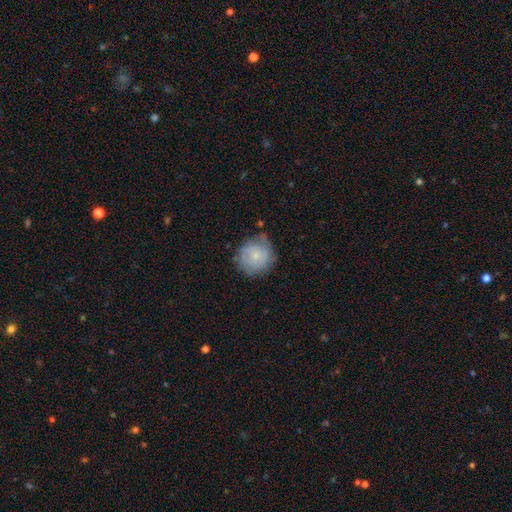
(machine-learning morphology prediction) Overall: smooth (60%; featured or disk 33%). How rounded: round (90%). Merging: none (65%; minor disturbance 25%).